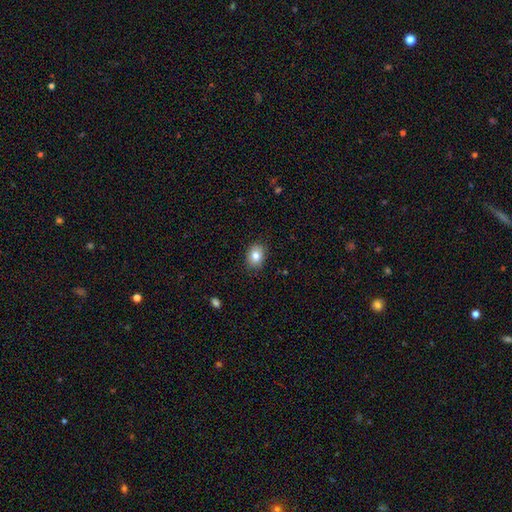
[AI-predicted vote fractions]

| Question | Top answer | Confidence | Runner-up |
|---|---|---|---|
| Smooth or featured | smooth | 83% | star or artifact (9%) |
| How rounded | in between | 60% | round (40%) |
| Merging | none | 88% | minor disturbance (9%) |